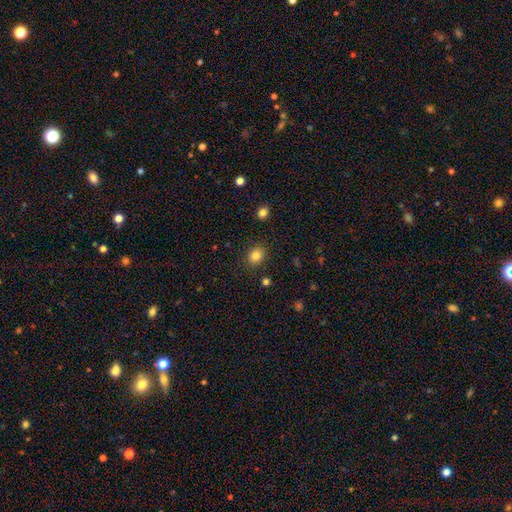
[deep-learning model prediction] Smooth or featured? Predicted: smooth (p=0.84). How rounded? Predicted: round (p=0.65). Merging? Predicted: none (p=0.87).